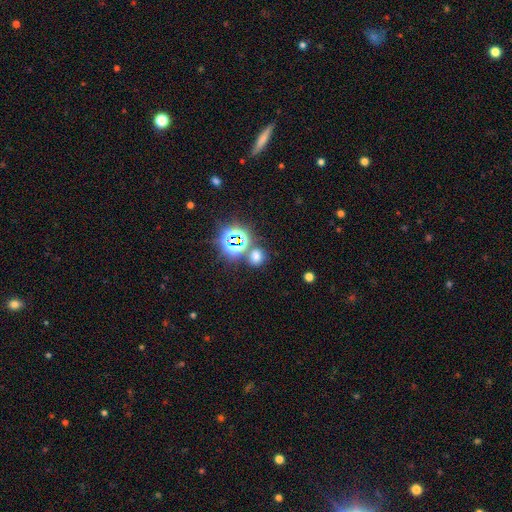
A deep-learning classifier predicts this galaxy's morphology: This is possibly a smooth galaxy (57%). How rounded: likely round (66%). Merging: likely none (72%).